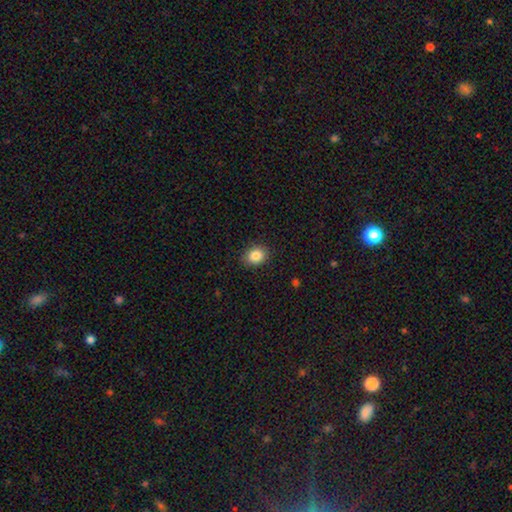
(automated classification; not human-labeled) smooth-or-featured: smooth: 85% | star or artifact: 9% | featured or disk: 6%
  how-rounded: in between: 51% | round: 48% | cigar-shaped: 1%
  merging: none: 88% | minor disturbance: 9% | major disturbance: 2% | merger: 1%